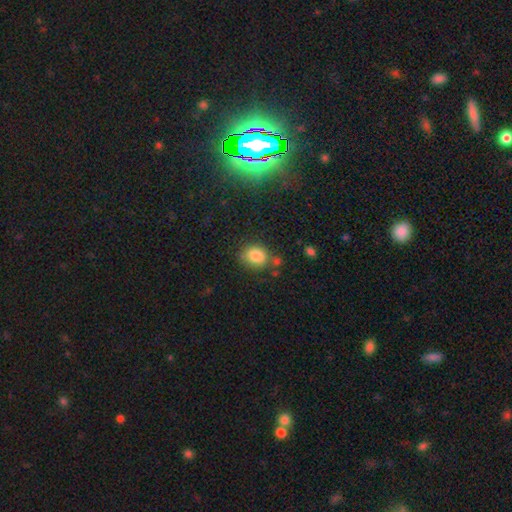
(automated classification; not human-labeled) Q: Smooth or featured?
A: smooth (83%); runner-up: star or artifact (10%)
Q: How rounded?
A: round (60%); runner-up: in between (38%)
Q: Merging?
A: none (71%); runner-up: minor disturbance (16%)